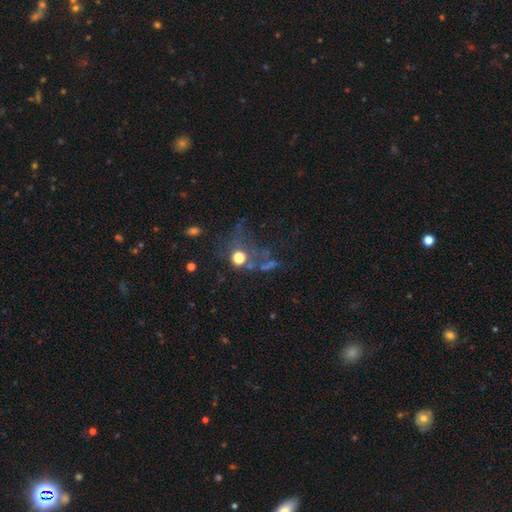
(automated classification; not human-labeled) This appears to be a star or artifact, not a galaxy (44%).